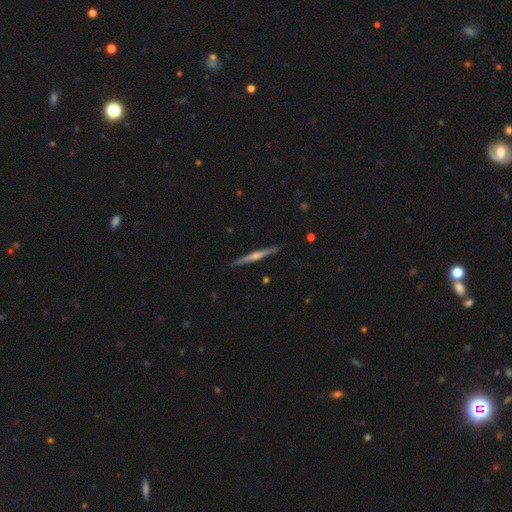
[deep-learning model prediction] Smooth or featured? Predicted: featured or disk (p=0.75). Edge-on disk? Predicted: yes (p=0.98). Edge-on bulge? Predicted: rounded (p=0.76). Merging? Predicted: none (p=0.92).